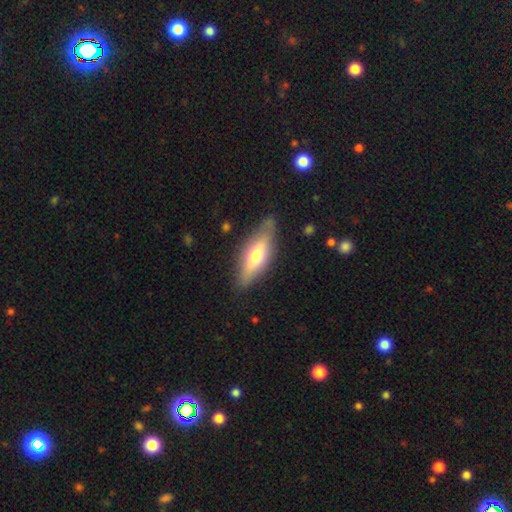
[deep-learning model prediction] Smooth or featured? smooth (54%)
How rounded? in between (55%)
Merging? none (79%)